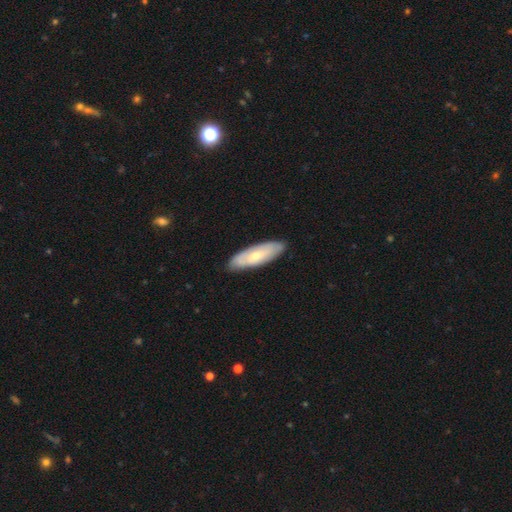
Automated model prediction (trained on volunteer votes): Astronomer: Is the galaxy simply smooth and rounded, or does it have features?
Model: smooth — 50% (runner-up: featured or disk, 45%).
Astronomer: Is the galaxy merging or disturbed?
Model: none — 85%.